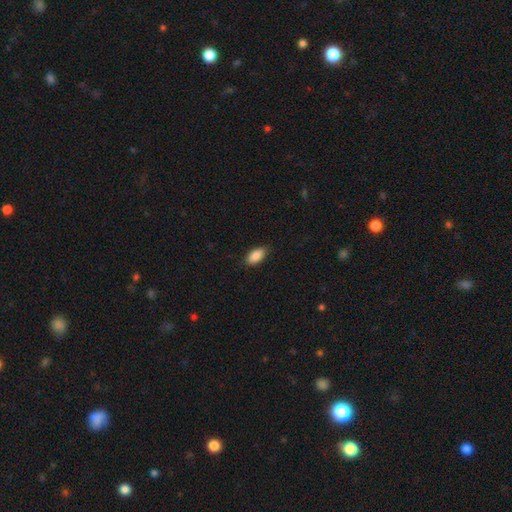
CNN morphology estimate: This is clearly a smooth galaxy (88%). How rounded: clearly in between (92%). Merging: clearly none (85%).